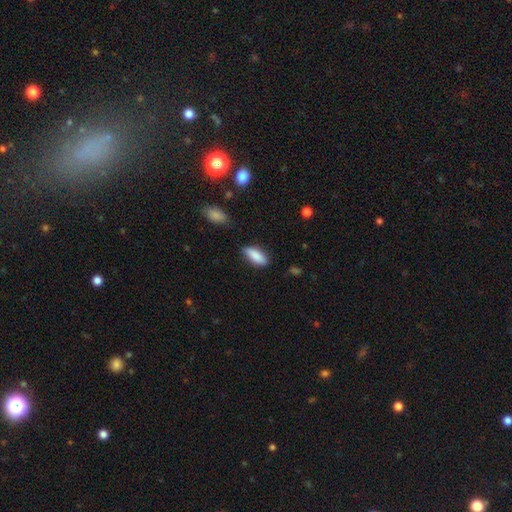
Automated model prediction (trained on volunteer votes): The model was most divided on "how rounded": in between: 79%, cigar-shaped: 18%, round: 2%. More confident: smooth or featured — smooth (87%); merging — none (81%).